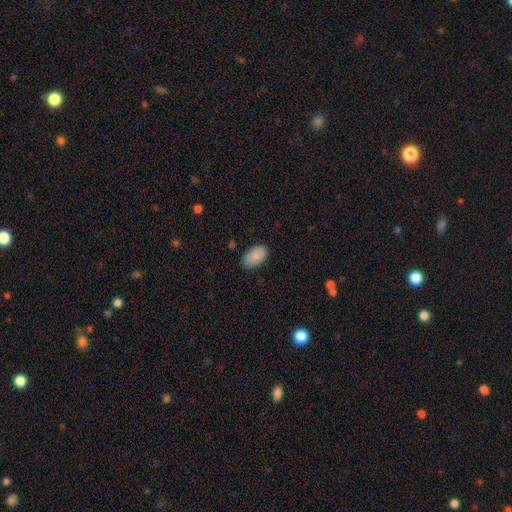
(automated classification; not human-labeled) smooth 87%, star or artifact 7%, featured or disk 6%. Down the decision tree: how rounded — in between (94%); merging — none (84%).